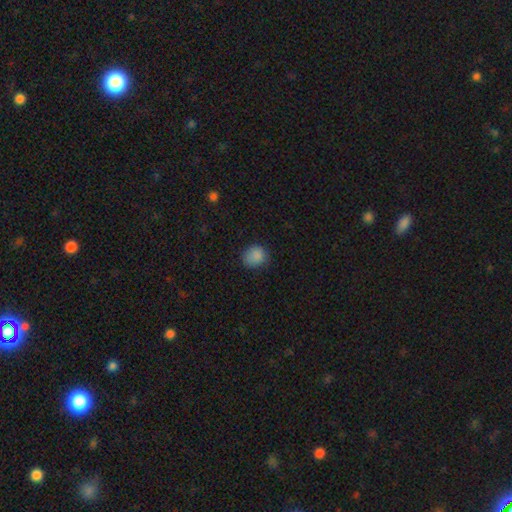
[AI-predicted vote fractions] Morphology: type=smooth (86%); roundness=round (76%); merging=none (77%).